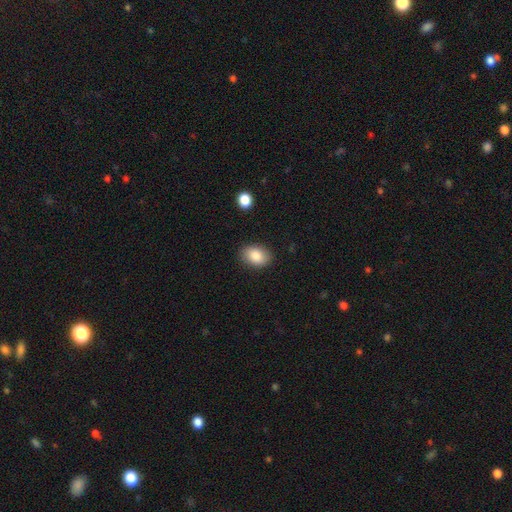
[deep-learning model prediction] A smooth galaxy with no disk features (86%) that is in between round and cigar-shaped (81%). Merging: none (86%).